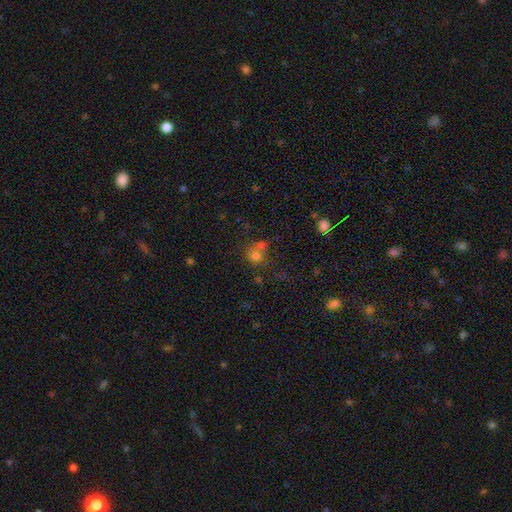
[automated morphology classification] Smooth or featured: smooth — 68% (star or artifact — 19%)
How rounded: round — 74% (in between — 25%)
Merging: merger — 42% (none — 41%)